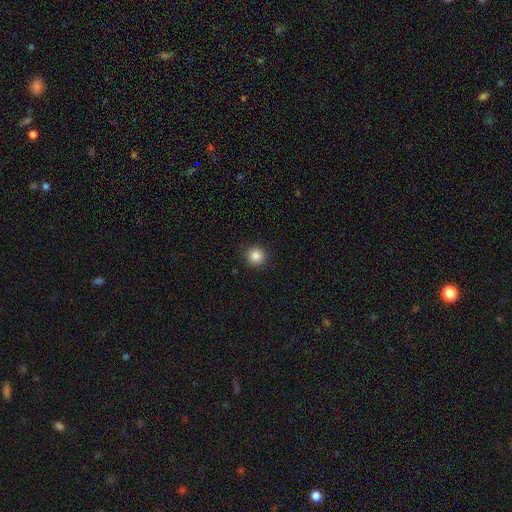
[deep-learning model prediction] The model was most divided on "smooth or featured": smooth: 86%, star or artifact: 10%, featured or disk: 4%. More confident: how rounded — round (93%); merging — none (90%).